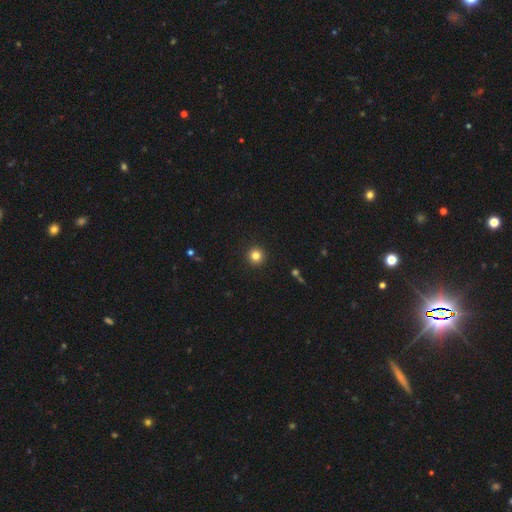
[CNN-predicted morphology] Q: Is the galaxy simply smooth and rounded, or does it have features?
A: smooth — 82%.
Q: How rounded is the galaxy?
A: round — 96%.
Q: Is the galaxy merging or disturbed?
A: none — 93%.